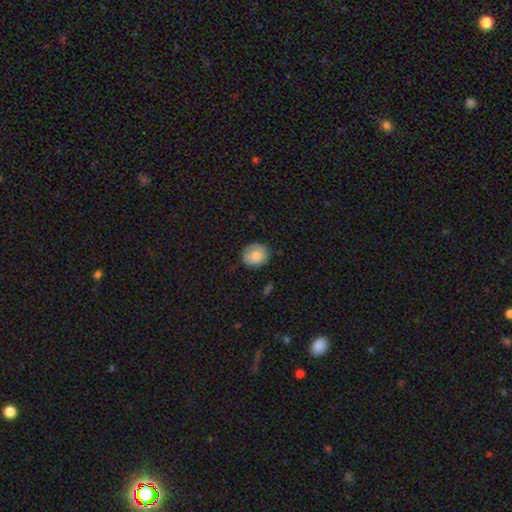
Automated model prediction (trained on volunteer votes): A smooth galaxy with no disk features (81%) that is round (76%).

Vote fractions:
- Smooth or featured? smooth: 81% / featured or disk: 11% / star or artifact: 7%
- How rounded? round: 76% / in between: 23% / cigar-shaped: 1%
- Merging? none: 73% / minor disturbance: 22% / major disturbance: 4% / merger: 1%